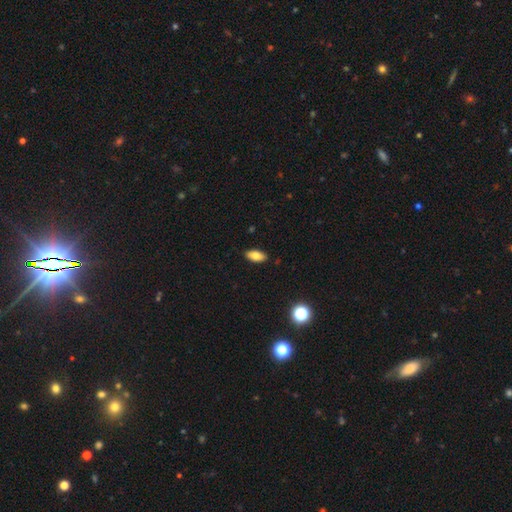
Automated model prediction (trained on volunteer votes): This is clearly a smooth galaxy (81%). How rounded: clearly in between (90%). Merging: clearly none (89%).